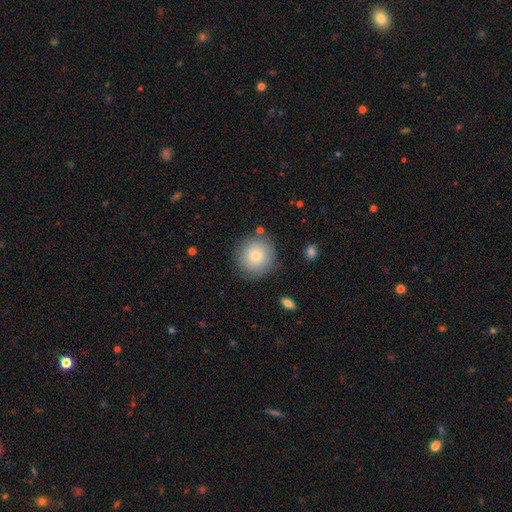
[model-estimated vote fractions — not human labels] smooth 78%, featured or disk 13%, star or artifact 9%. Down the decision tree: how rounded — round (92%); merging — none (83%).